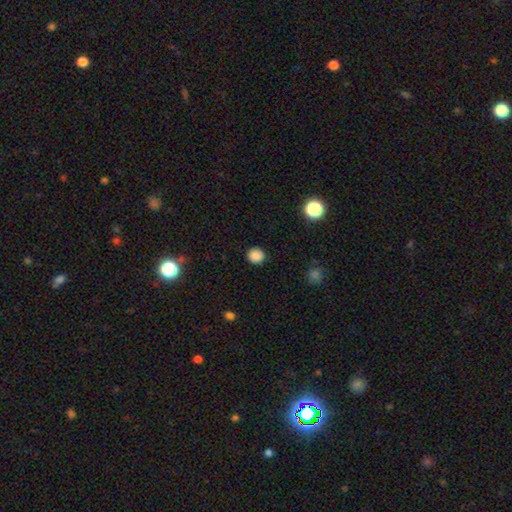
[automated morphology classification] Smooth or featured: smooth — 86% (star or artifact — 11%)
How rounded: round — 90% (in between — 9%)
Merging: none — 91% (minor disturbance — 6%)